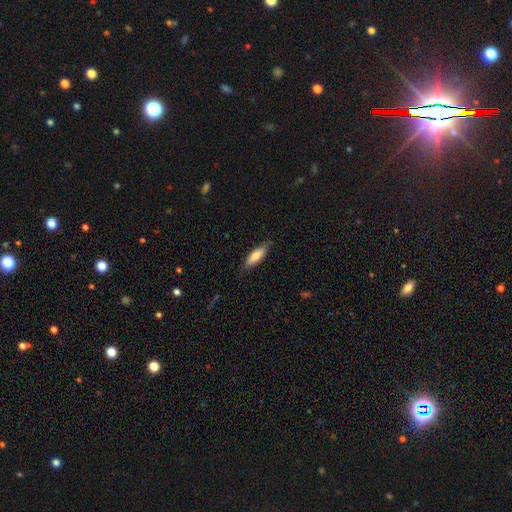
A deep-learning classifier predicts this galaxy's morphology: type=smooth (74%); roundness=in between (50%); merging=none (80%).